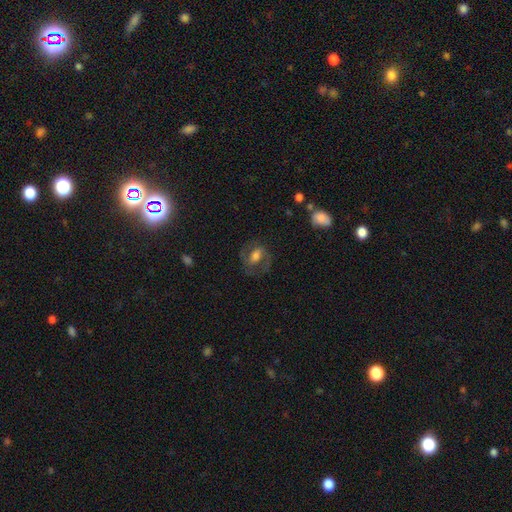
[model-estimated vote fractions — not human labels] Smooth or featured? featured or disk (60%)
Edge-on disk? no (96%)
Bar? weak (42%)
Spiral arms? yes (82%)
Bulge size? moderate (42%)
Merging? none (69%)